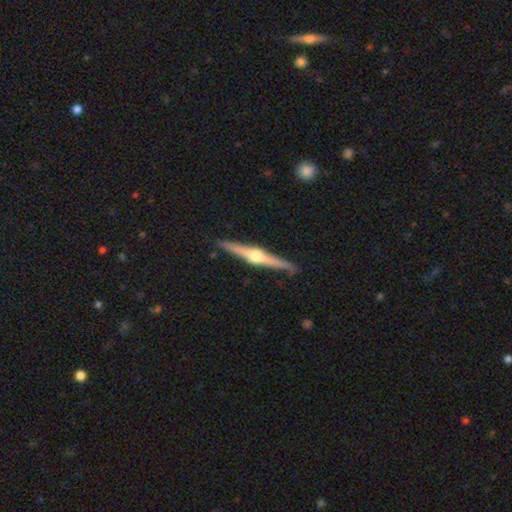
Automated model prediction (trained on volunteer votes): The model was most divided on "smooth or featured": featured or disk: 81%, smooth: 14%, star or artifact: 5%. More confident: edge-on disk — yes (98%); edge-on bulge — rounded (95%); merging — none (89%).